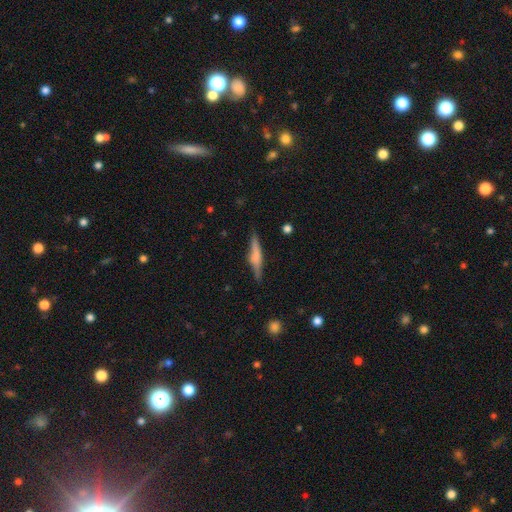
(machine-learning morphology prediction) Smooth or featured: featured or disk — 50% (smooth — 43%)
Edge-on disk: yes — 96% (no — 4%)
Merging: none — 83% (minor disturbance — 12%)